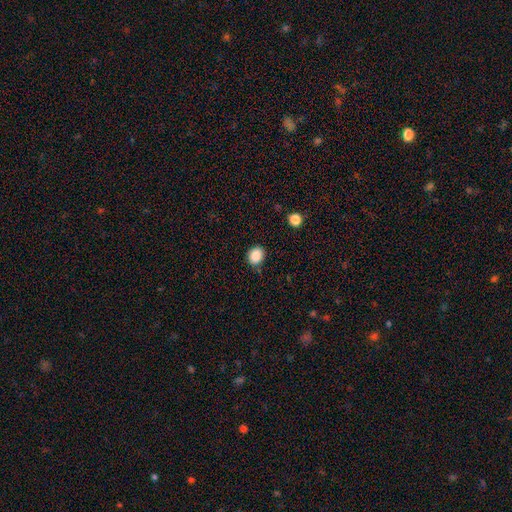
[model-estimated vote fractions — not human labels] A smooth galaxy with no disk features (88%) that is round (67%). Merging: none (83%).